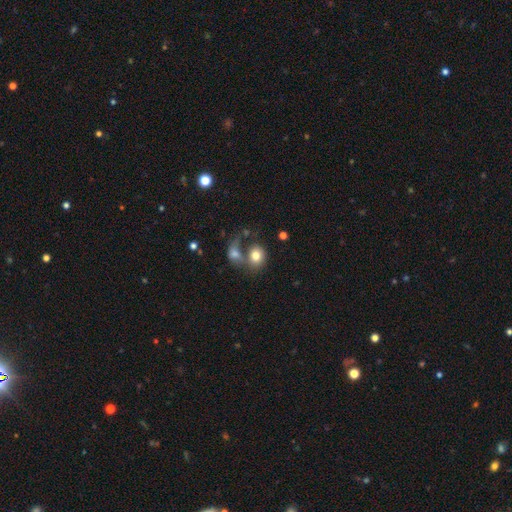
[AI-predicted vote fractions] Overall: smooth (77%). How rounded: round (65%; in between 34%). Merging: merger (48%; none 32%).